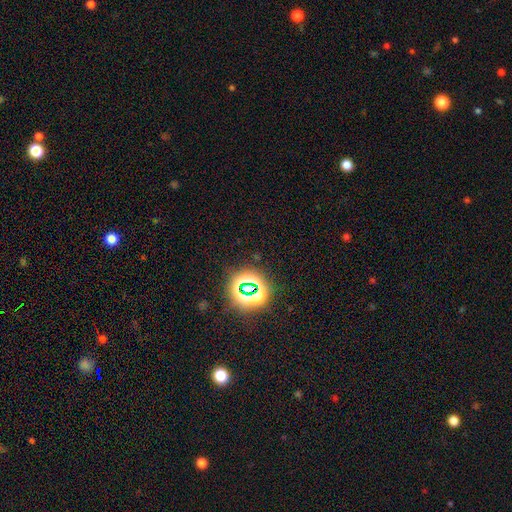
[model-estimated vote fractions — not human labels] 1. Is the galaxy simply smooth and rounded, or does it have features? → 79% star or artifact, 13% smooth, 8% featured or disk.